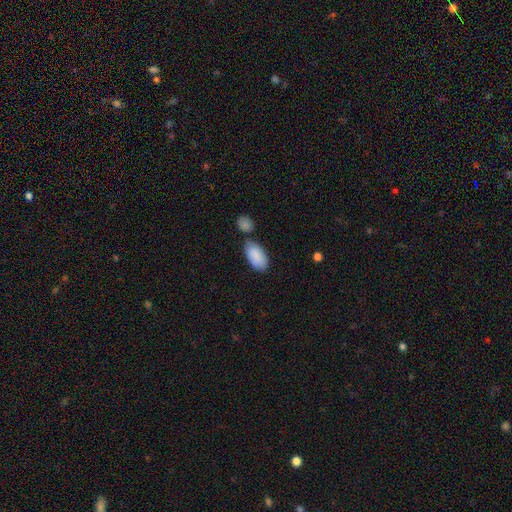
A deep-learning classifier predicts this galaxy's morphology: Q: Smooth or featured?
A: smooth (87%); runner-up: featured or disk (7%)
Q: How rounded?
A: in between (95%); runner-up: cigar-shaped (3%)
Q: Merging?
A: none (57%); runner-up: merger (21%)